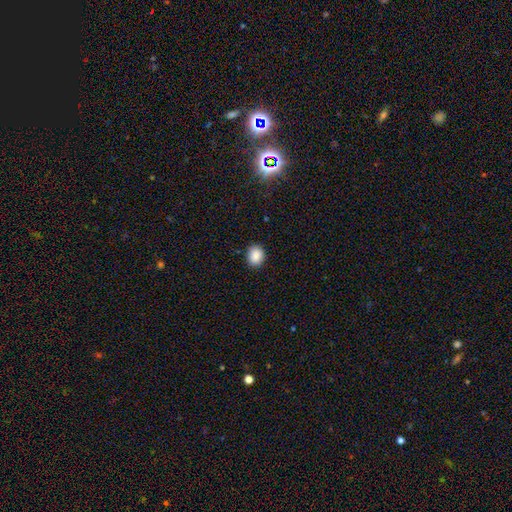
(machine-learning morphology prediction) Q: Smooth or featured?
A: smooth (88%); runner-up: star or artifact (8%)
Q: How rounded?
A: round (58%); runner-up: in between (41%)
Q: Merging?
A: none (88%); runner-up: minor disturbance (9%)